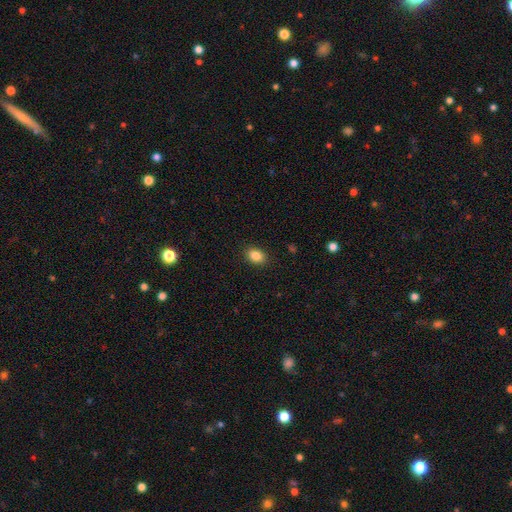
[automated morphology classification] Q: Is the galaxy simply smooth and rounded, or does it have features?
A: smooth — 86%.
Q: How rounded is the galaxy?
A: in between — 77%.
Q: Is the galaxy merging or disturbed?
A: none — 89%.